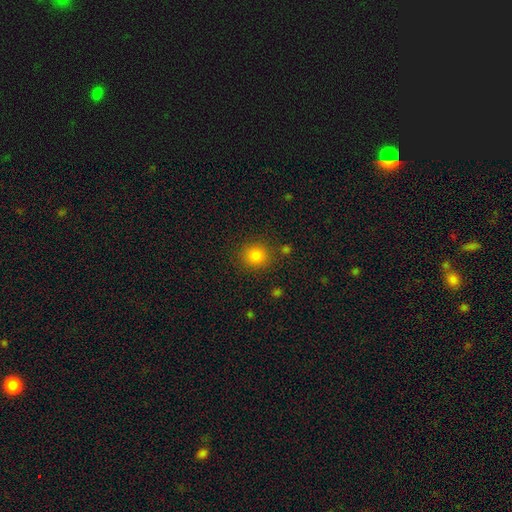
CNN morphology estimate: type=smooth (83%); roundness=round (88%); merging=none (85%).